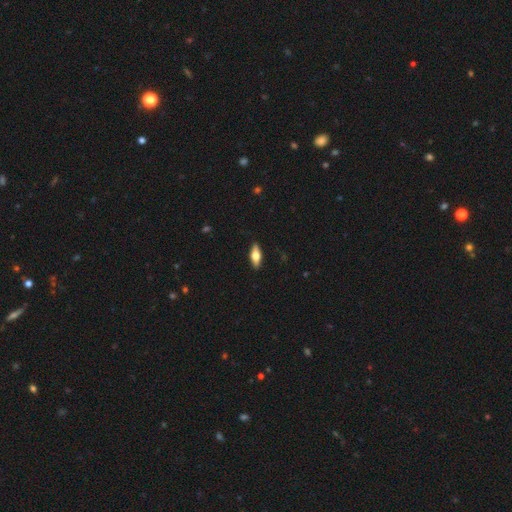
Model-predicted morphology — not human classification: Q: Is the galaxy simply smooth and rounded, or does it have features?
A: smooth — 56%.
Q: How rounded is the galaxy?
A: in between — 69%.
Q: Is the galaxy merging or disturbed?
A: none — 89%.